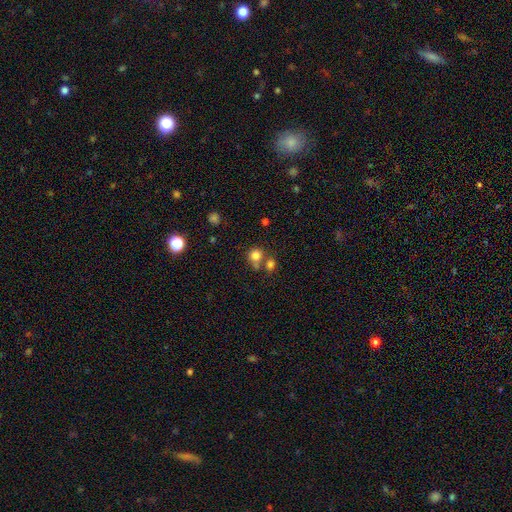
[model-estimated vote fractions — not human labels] This appears to be a smooth galaxy with no disk features (79%) that is round (85%). Merging: none (51%).